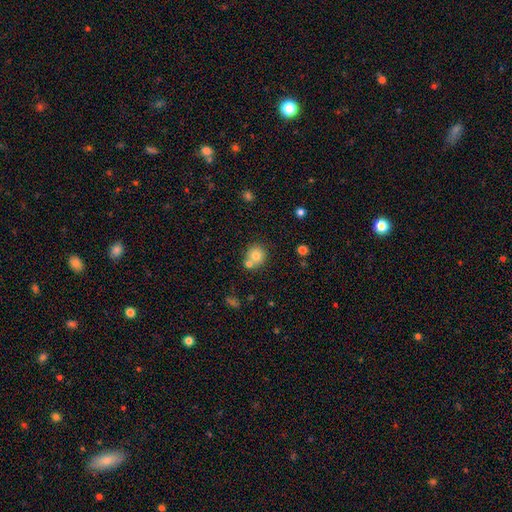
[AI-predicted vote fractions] smooth-or-featured: smooth: 76% | featured or disk: 12% | star or artifact: 12%
  how-rounded: round: 87% | in between: 12% | cigar-shaped: 1%
  merging: none: 57% | merger: 32% | minor disturbance: 9% | major disturbance: 3%